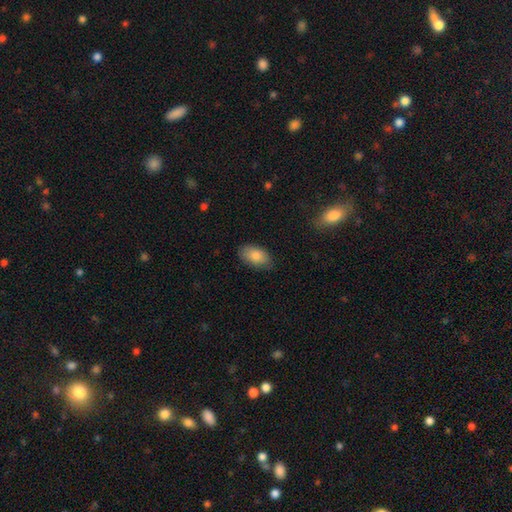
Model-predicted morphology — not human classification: This is clearly a smooth galaxy (86%). How rounded: clearly in between (94%). Merging: clearly none (83%).